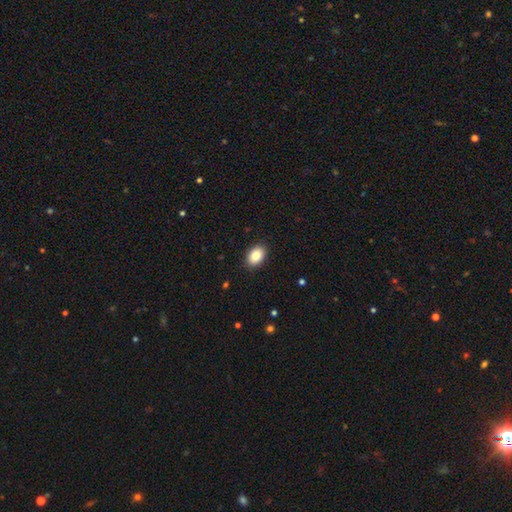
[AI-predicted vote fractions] Smooth or featured?
  - smooth: 86% *
  - star or artifact: 8%
  - featured or disk: 6%
How rounded?
  - in between: 86% *
  - round: 13%
  - cigar-shaped: 1%
Merging?
  - none: 90% *
  - minor disturbance: 7%
  - major disturbance: 2%
  - merger: 1%